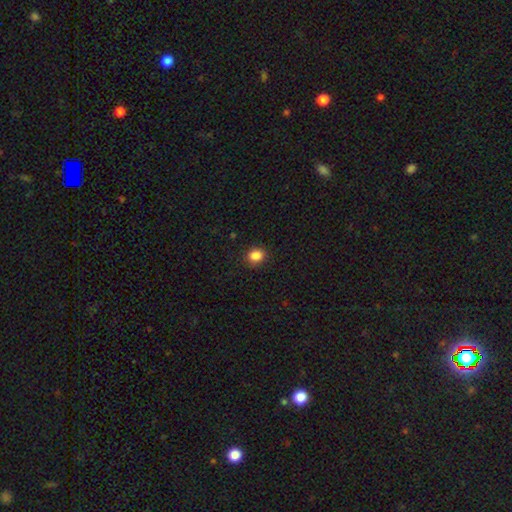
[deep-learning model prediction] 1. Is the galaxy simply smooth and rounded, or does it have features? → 86% smooth, 11% star or artifact, 3% featured or disk.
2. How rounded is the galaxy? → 64% round, 35% in between, 1% cigar-shaped.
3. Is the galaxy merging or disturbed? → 88% none, 9% minor disturbance, 2% major disturbance, 1% merger.